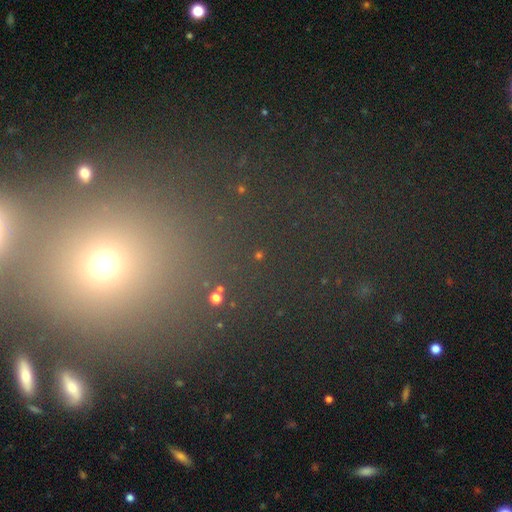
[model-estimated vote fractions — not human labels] Smooth or featured: smooth — 46% (star or artifact — 45%)
Merging: none — 77% (minor disturbance — 9%)